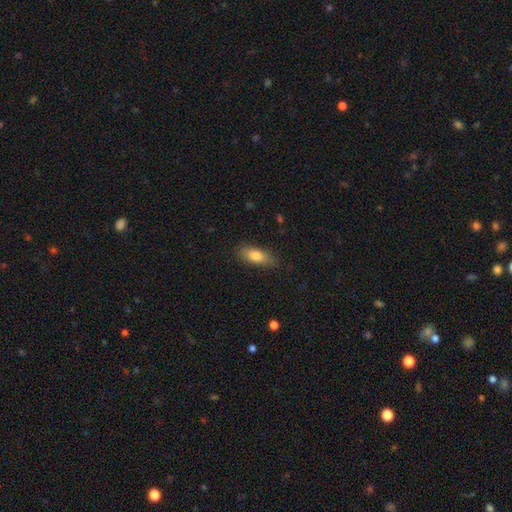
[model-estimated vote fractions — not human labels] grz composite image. It shows a smooth galaxy with no disk features (81%) that is in between round and cigar-shaped (75%). Merging: none (82%).